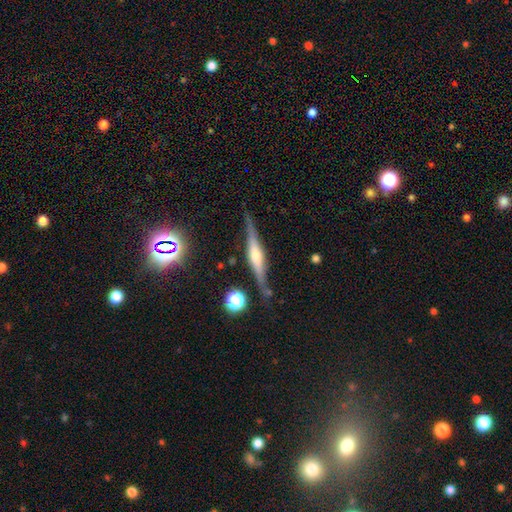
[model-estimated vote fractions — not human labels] Q: Smooth or featured?
A: featured or disk (76%); runner-up: smooth (16%)
Q: Edge-on disk?
A: yes (97%); runner-up: no (3%)
Q: Edge-on bulge?
A: rounded (77%); runner-up: boxy (17%)
Q: Merging?
A: none (84%); runner-up: minor disturbance (11%)